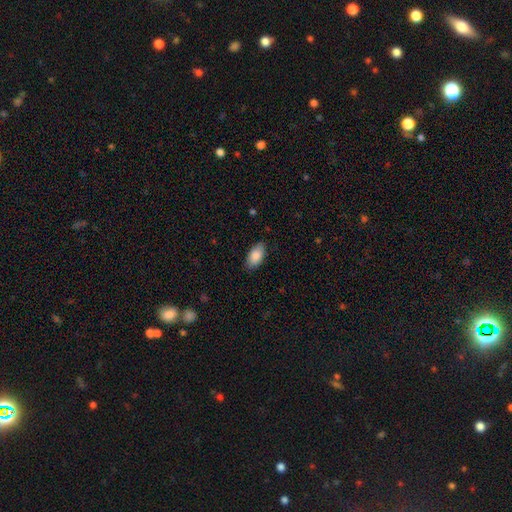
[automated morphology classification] This appears to be a smooth galaxy with no disk features (86%) that is in between round and cigar-shaped (94%). Merging: none (84%).